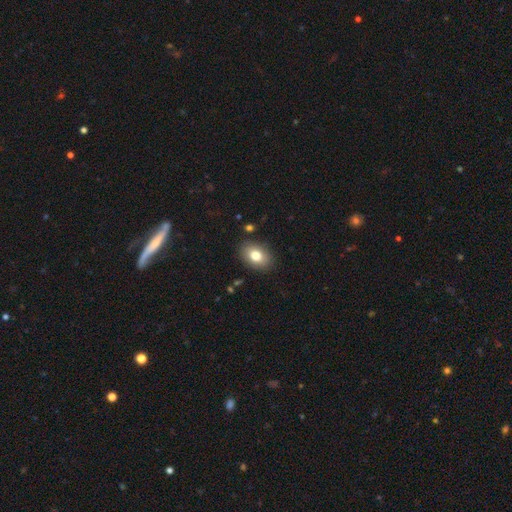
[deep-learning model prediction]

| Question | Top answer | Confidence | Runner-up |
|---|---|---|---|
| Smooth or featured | smooth | 79% | featured or disk (13%) |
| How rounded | in between | 81% | round (18%) |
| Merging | none | 86% | minor disturbance (9%) |